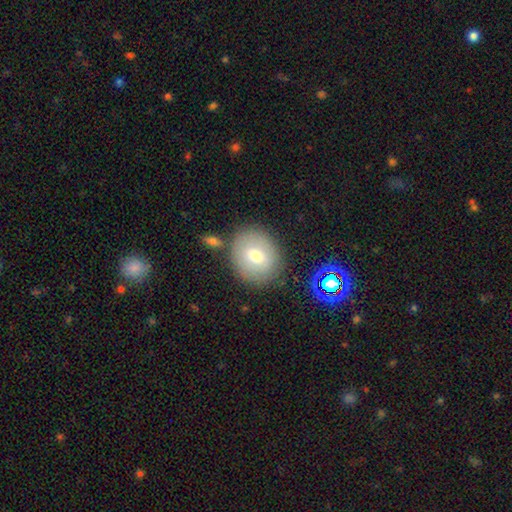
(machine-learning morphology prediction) Q: Smooth or featured?
A: smooth (71%); runner-up: featured or disk (20%)
Q: How rounded?
A: round (68%); runner-up: in between (31%)
Q: Merging?
A: none (77%); runner-up: minor disturbance (12%)